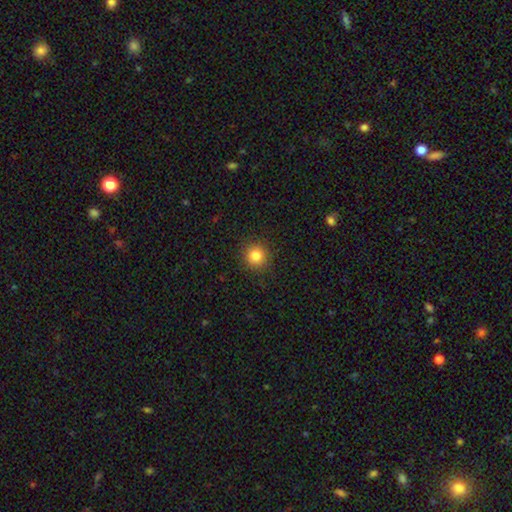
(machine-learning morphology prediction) A smooth galaxy with no disk features (83%) that is round (93%). Merging: none (91%).